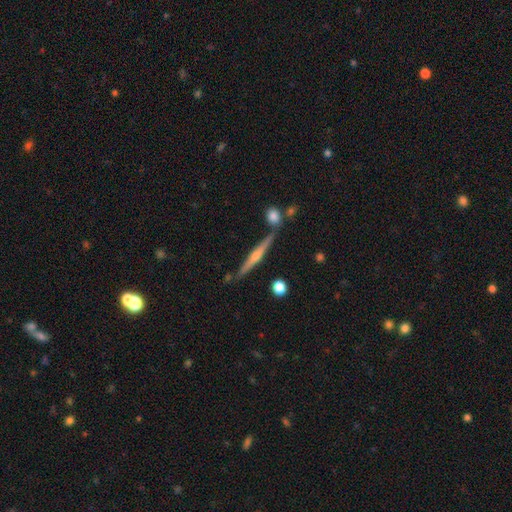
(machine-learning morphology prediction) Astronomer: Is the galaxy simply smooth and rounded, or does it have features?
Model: featured or disk — 79%.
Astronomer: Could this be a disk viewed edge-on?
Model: yes — 97%.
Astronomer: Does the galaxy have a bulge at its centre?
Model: rounded — 82%.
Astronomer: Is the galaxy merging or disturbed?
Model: none — 79%.